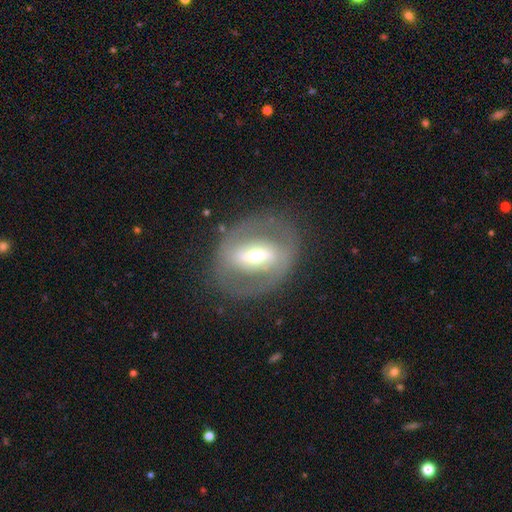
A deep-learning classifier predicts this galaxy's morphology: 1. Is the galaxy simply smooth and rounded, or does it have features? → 74% featured or disk, 19% smooth, 7% star or artifact.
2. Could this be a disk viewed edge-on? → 91% no, 9% yes.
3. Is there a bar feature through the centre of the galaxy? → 55% strong, 31% weak, 15% no.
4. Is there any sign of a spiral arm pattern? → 58% yes, 42% no.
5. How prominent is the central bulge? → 61% moderate, 27% small, 9% large, 2% dominant, 1% none.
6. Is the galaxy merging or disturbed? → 76% none, 12% minor disturbance, 10% major disturbance, 1% merger.